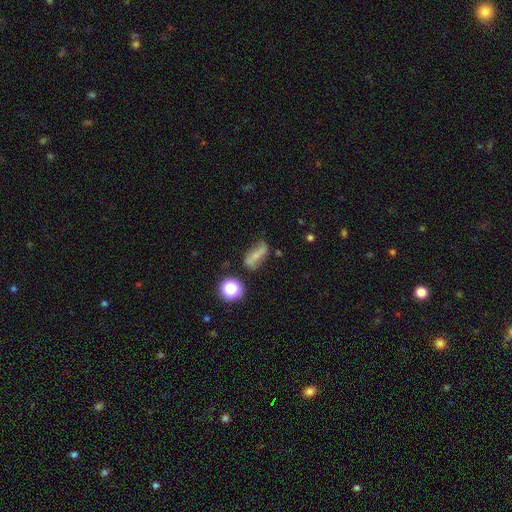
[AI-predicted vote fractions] A smooth galaxy with no disk features (51%) that is in between round and cigar-shaped (68%). Merging: none (58%).